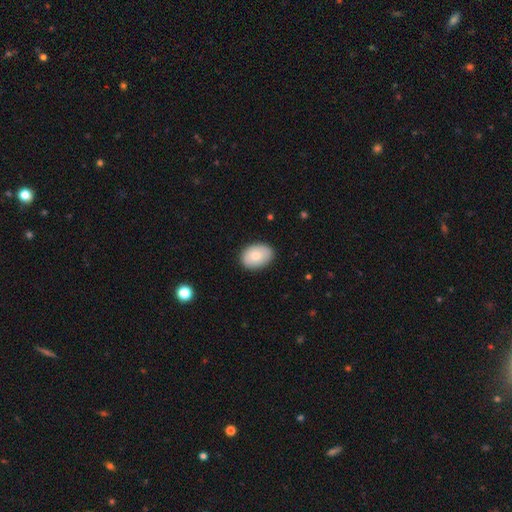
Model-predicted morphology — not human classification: smooth-or-featured: smooth: 77% | featured or disk: 16% | star or artifact: 7%
  how-rounded: in between: 80% | round: 20% | cigar-shaped: 1%
  merging: none: 87% | minor disturbance: 10% | major disturbance: 2% | merger: 1%